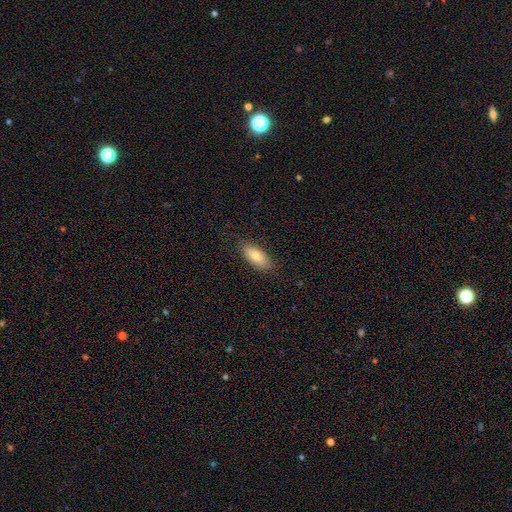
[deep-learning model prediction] This is likely a smooth galaxy (78%). How rounded: clearly in between (82%). Merging: clearly none (83%).